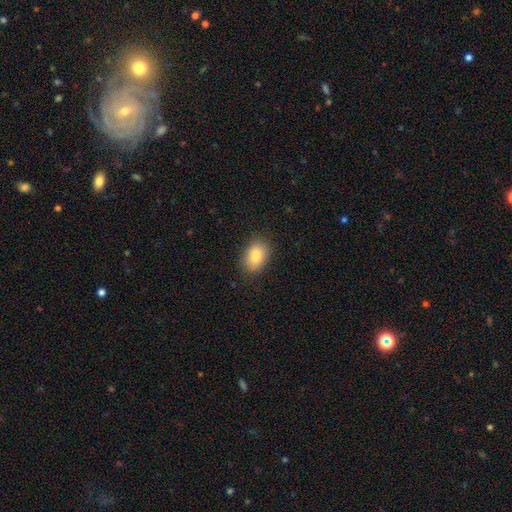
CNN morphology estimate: Smooth or featured? smooth (84%)
How rounded? in between (82%)
Merging? none (84%)